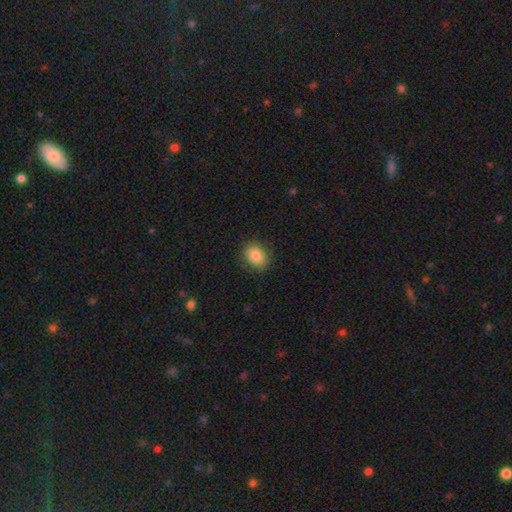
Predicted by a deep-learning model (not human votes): The model was most divided on "how rounded": in between: 55%, round: 44%, cigar-shaped: 1%. More confident: merging — none (86%); smooth or featured — smooth (84%).